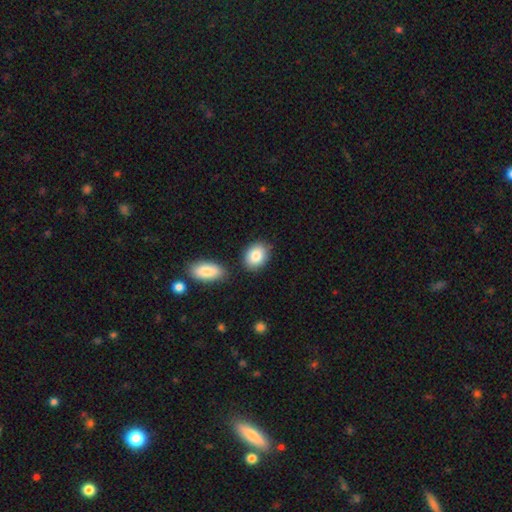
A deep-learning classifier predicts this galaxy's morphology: A smooth galaxy with no disk features (84%) that is in between round and cigar-shaped (67%). Merging: none (78%).